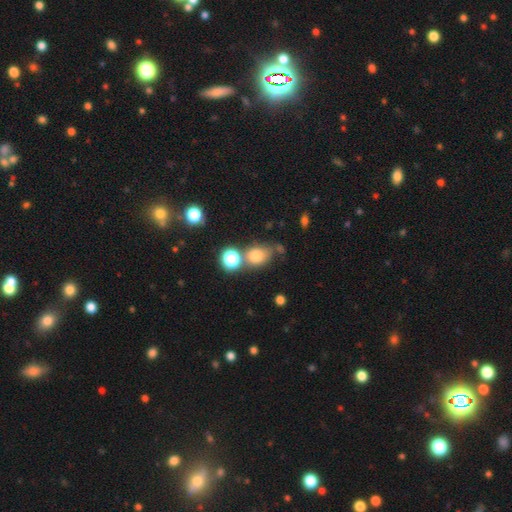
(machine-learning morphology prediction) Q: Smooth or featured?
A: smooth (75%); runner-up: star or artifact (15%)
Q: How rounded?
A: in between (55%); runner-up: round (44%)
Q: Merging?
A: none (53%); runner-up: merger (21%)